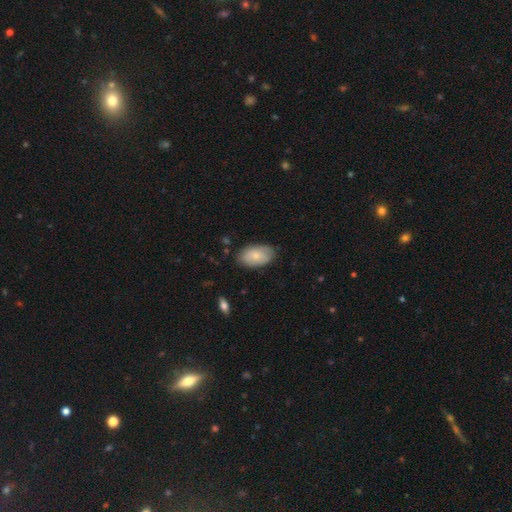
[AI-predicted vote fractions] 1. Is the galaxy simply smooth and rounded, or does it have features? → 77% smooth, 17% featured or disk, 6% star or artifact.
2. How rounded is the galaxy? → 94% in between, 5% round, 1% cigar-shaped.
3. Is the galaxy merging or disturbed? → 80% none, 16% minor disturbance, 3% major disturbance, 1% merger.